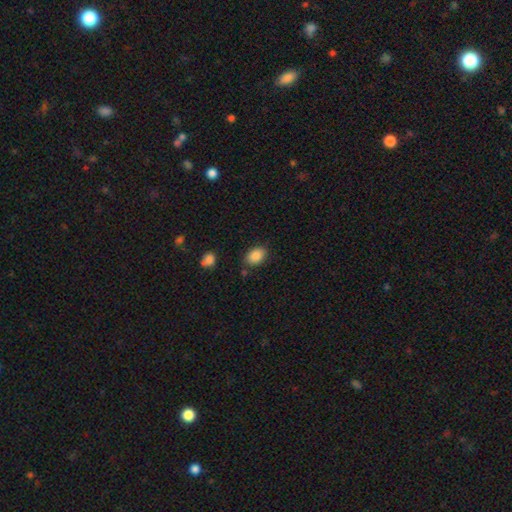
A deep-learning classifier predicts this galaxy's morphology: Smooth or featured?
  - smooth: 87% *
  - star or artifact: 8%
  - featured or disk: 5%
How rounded?
  - in between: 81% *
  - round: 18%
  - cigar-shaped: 1%
Merging?
  - none: 81% *
  - minor disturbance: 12%
  - merger: 4%
  - major disturbance: 3%